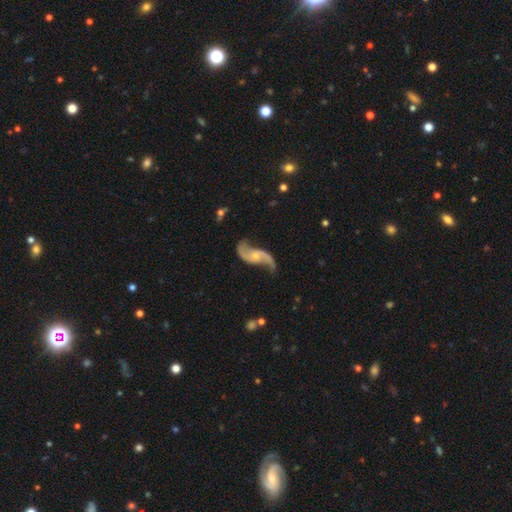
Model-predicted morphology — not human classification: Smooth or featured?
  - featured or disk: 89% *
  - smooth: 7%
  - star or artifact: 5%
Edge-on disk?
  - no: 96% *
  - yes: 4%
Bar?
  - no: 60% *
  - weak: 32%
  - strong: 9%
Spiral arms?
  - yes: 96% *
  - no: 4%
Spiral winding?
  - loose: 82% *
  - medium: 14%
  - tight: 4%
Spiral arm count?
  - 2: 93% *
  - 1: 2%
  - can't tell: 2%
  - 3: 1%
  - 4: 1%
  - more than 4: 1%
Bulge size?
  - small: 63% *
  - moderate: 24%
  - none: 11%
  - large: 2%
  - dominant: 1%
Merging?
  - none: 66% *
  - minor disturbance: 19%
  - major disturbance: 12%
  - merger: 4%